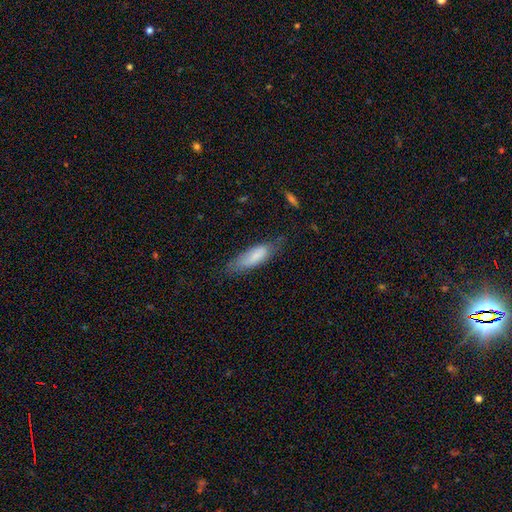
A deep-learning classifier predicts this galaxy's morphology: smooth_or_featured: smooth (p=0.77) [alt: featured or disk p=0.16]
how_rounded: in between (p=0.55) [alt: cigar-shaped p=0.44]
merging: none (p=0.62) [alt: minor disturbance p=0.27]